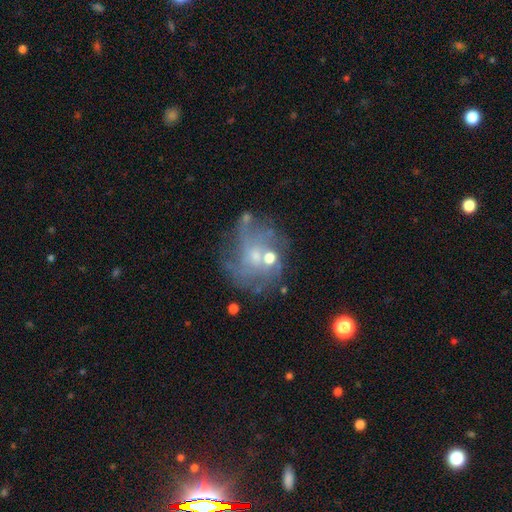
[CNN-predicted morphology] Overall: featured or disk (64%). Edge-on disk: no (98%). Bar: no (79%). Spiral arms: yes (61%; no 39%). Bulge size: small (55%; moderate 29%). Merging: none (51%; major disturbance 20%).